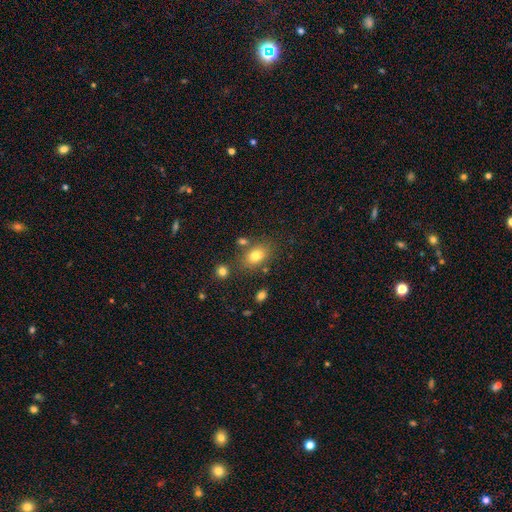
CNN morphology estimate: smooth_or_featured: smooth (p=0.78) [alt: featured or disk p=0.11]
how_rounded: in between (p=0.79) [alt: round p=0.19]
merging: none (p=0.70) [alt: minor disturbance p=0.14]